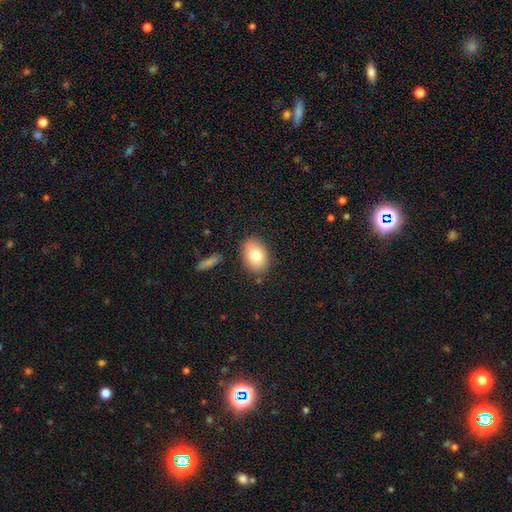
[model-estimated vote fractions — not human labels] Q: Smooth or featured?
A: smooth (78%); runner-up: featured or disk (14%)
Q: How rounded?
A: in between (78%); runner-up: round (21%)
Q: Merging?
A: none (84%); runner-up: minor disturbance (11%)